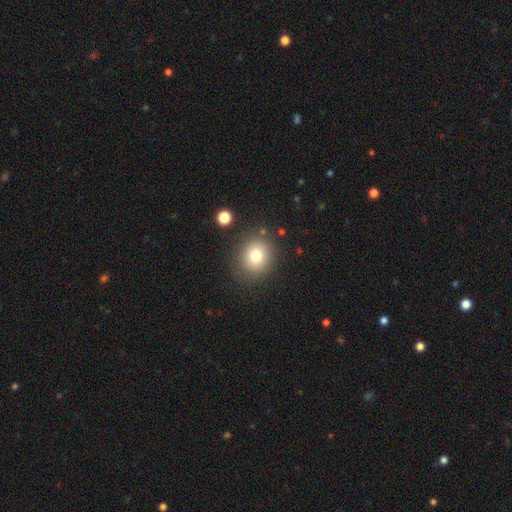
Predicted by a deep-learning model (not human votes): Smooth or featured? Predicted: smooth (p=0.77). How rounded? Predicted: round (p=0.83). Merging? Predicted: none (p=0.83).